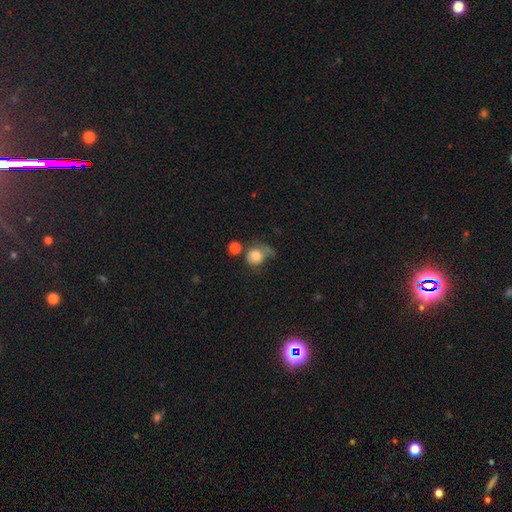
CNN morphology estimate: Smooth or featured? Predicted: smooth (p=0.76). How rounded? Predicted: round (p=0.72). Merging? Predicted: none (p=0.32).